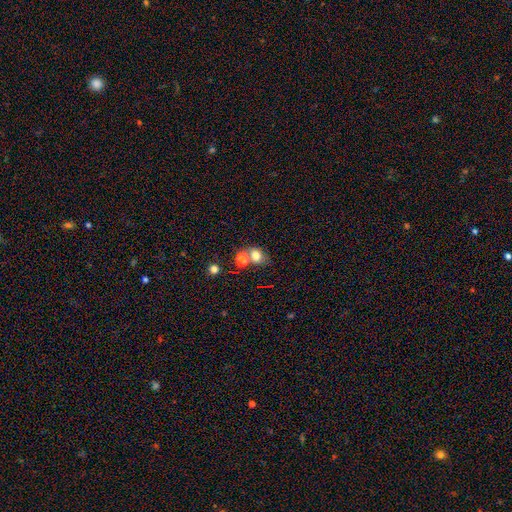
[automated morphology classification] smooth_or_featured: smooth (p=0.75) [alt: star or artifact p=0.13]
how_rounded: in between (p=0.53) [alt: round p=0.46]
merging: none (p=0.45) [alt: merger p=0.39]